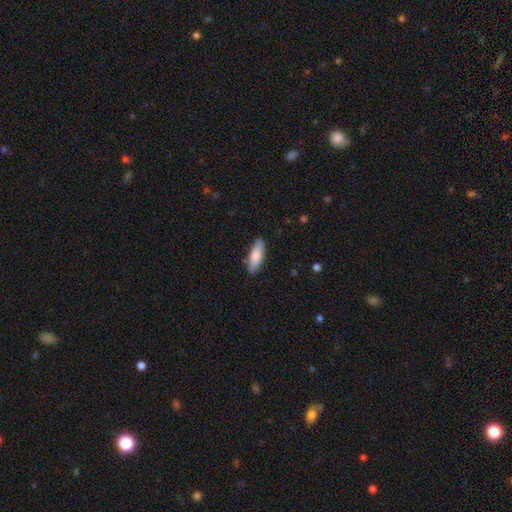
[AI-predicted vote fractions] A smooth galaxy with no disk features (76%) that is in between round and cigar-shaped (56%). Merging: none (87%).